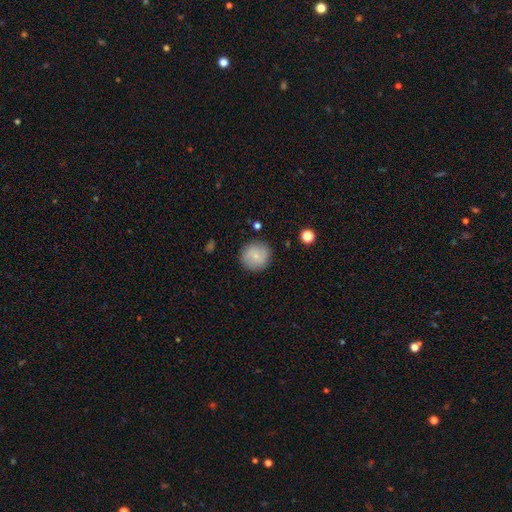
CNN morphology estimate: smooth 69%, featured or disk 24%, star or artifact 8%. Down the decision tree: how rounded — round (93%); merging — none (87%).